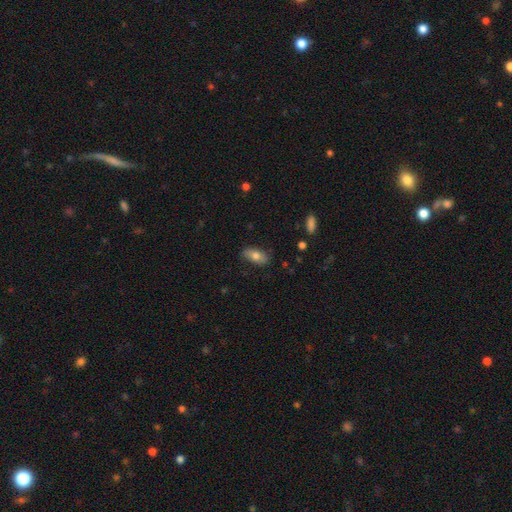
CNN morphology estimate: Smooth or featured: smooth — 73% (featured or disk — 19%)
How rounded: in between — 85% (cigar-shaped — 11%)
Merging: none — 82% (minor disturbance — 14%)